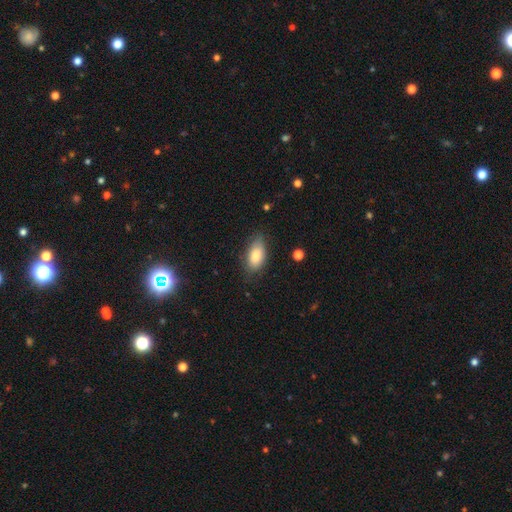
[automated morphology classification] smooth-or-featured: smooth: 82% | featured or disk: 11% | star or artifact: 7%
  how-rounded: in between: 92% | cigar-shaped: 5% | round: 4%
  merging: none: 69% | minor disturbance: 24% | major disturbance: 6% | merger: 1%